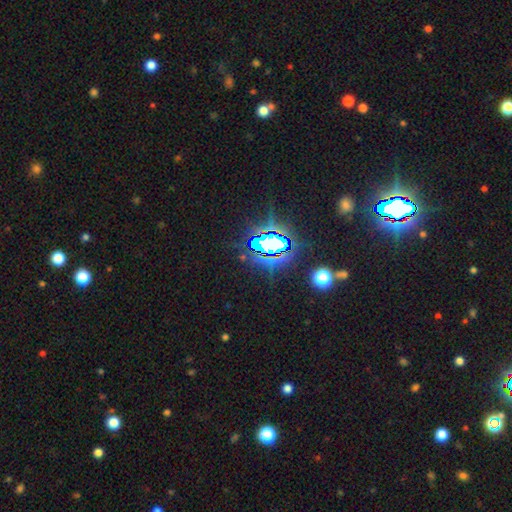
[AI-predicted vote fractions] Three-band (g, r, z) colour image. It shows a star or artifact, not a galaxy (83%).